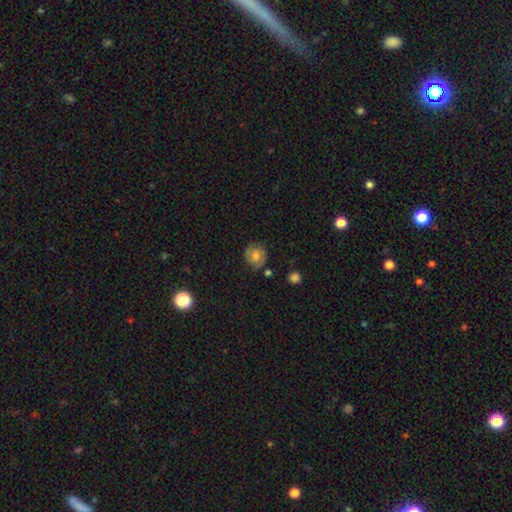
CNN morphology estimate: Smooth or featured?
  - featured or disk: 51% *
  - smooth: 39%
  - star or artifact: 10%
Edge-on disk?
  - no: 97% *
  - yes: 3%
Merging?
  - none: 79% *
  - minor disturbance: 14%
  - major disturbance: 4%
  - merger: 2%